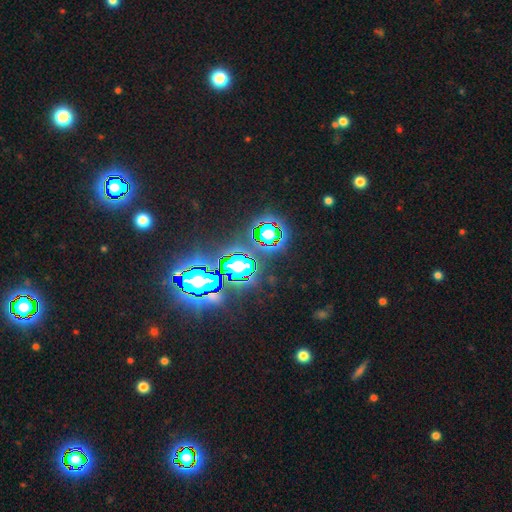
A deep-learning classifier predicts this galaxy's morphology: smooth-or-featured: star or artifact: 84% | smooth: 9% | featured or disk: 7%